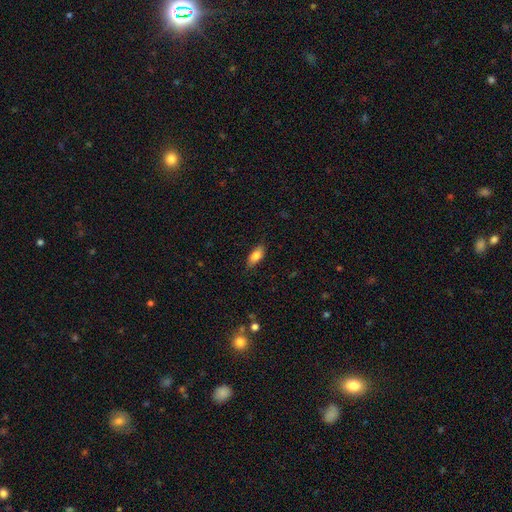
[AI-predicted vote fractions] Overall: smooth (80%). How rounded: in between (82%). Merging: none (84%).